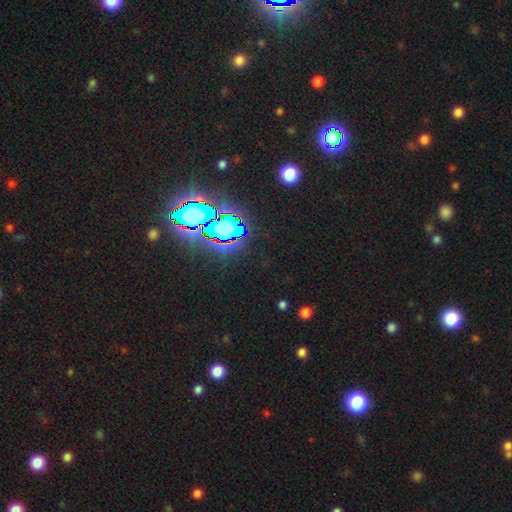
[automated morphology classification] The model was most divided on "smooth or featured": star or artifact: 82%, smooth: 11%, featured or disk: 7%.